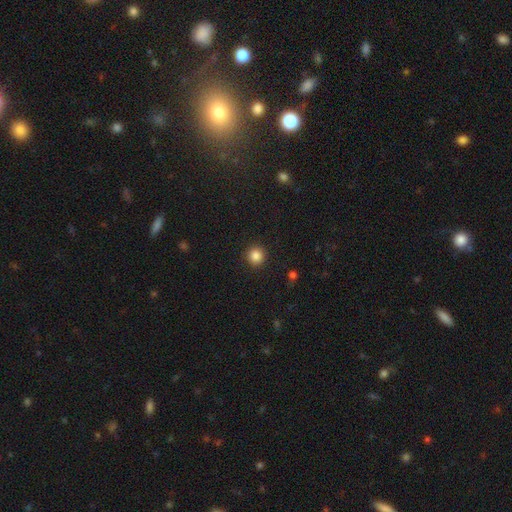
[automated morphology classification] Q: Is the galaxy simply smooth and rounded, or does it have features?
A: smooth — 85%.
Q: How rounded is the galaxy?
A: round — 94%.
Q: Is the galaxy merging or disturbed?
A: none — 92%.